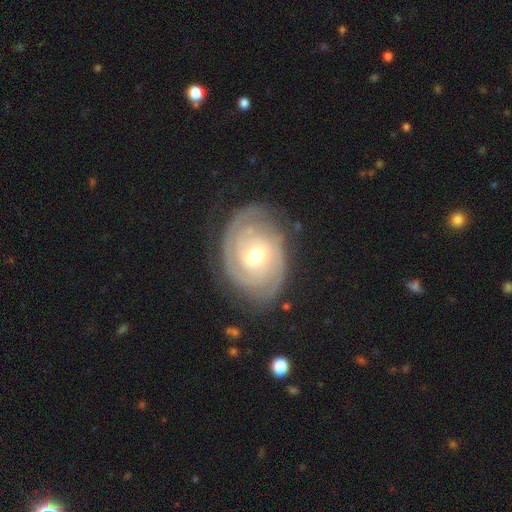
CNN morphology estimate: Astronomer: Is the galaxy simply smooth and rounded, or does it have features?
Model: featured or disk — 84%.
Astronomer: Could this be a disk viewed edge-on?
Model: no — 97%.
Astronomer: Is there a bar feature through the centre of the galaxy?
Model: no — 65%.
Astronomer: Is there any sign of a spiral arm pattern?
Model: yes — 94%.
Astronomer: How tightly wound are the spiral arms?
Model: tight — 75%.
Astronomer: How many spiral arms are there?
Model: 2 — 42% (runner-up: can't tell, 26%).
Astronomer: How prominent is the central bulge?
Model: moderate — 65%.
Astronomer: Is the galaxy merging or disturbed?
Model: none — 76%.